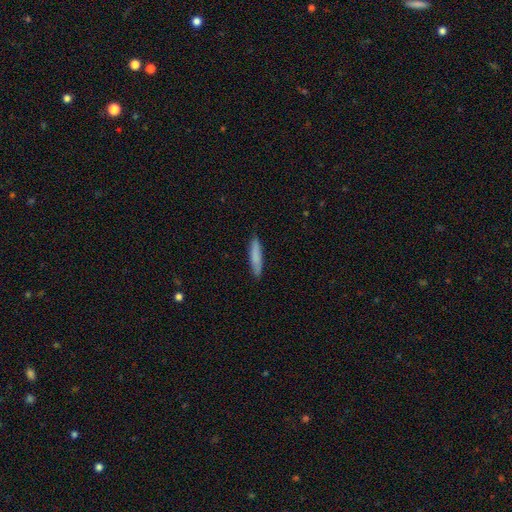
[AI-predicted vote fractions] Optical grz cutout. It shows a smooth galaxy with no disk features (79%) that is cigar-shaped (88%). Merging: none (87%).